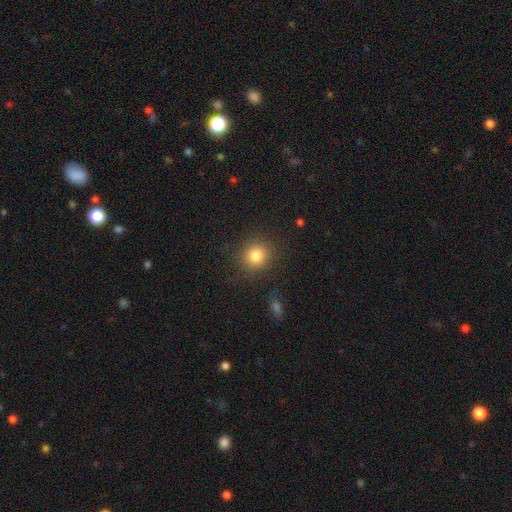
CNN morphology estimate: This appears to be a smooth galaxy with no disk features (82%) that is round (87%). Merging: none (88%).